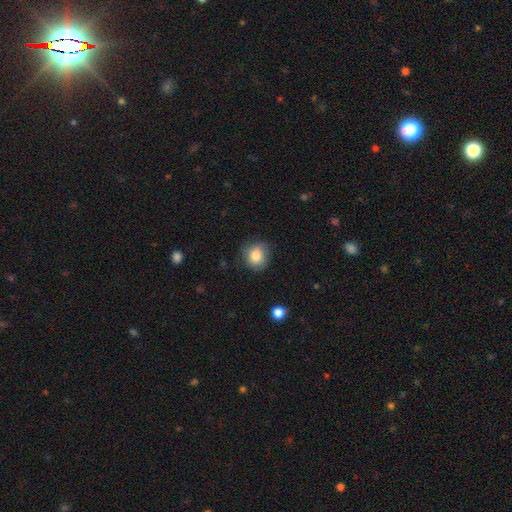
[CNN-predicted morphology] smooth-or-featured: smooth: 82% | featured or disk: 9% | star or artifact: 9%
  how-rounded: round: 73% | in between: 26% | cigar-shaped: 1%
  merging: none: 72% | minor disturbance: 21% | major disturbance: 6% | merger: 1%